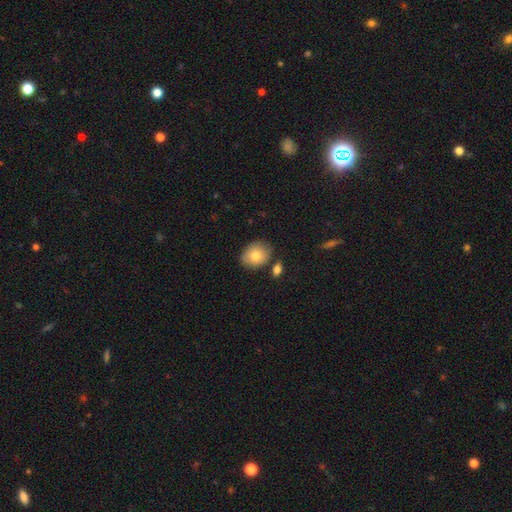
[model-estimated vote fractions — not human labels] smooth-or-featured: smooth: 79% | featured or disk: 13% | star or artifact: 8%
  how-rounded: in between: 55% | round: 44% | cigar-shaped: 1%
  merging: none: 72% | minor disturbance: 17% | merger: 8% | major disturbance: 3%